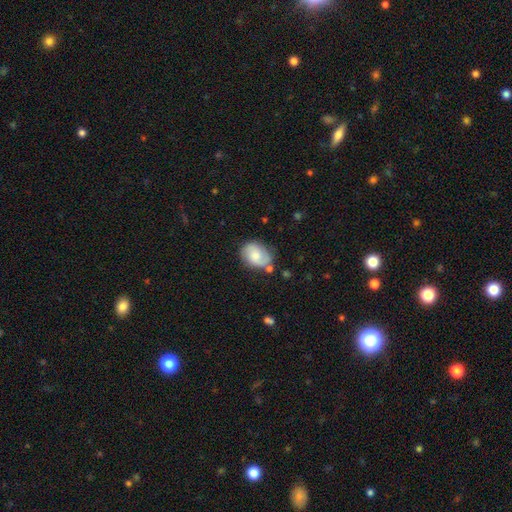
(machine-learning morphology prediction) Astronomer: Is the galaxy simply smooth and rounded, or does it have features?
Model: featured or disk — 50% (runner-up: smooth, 43%).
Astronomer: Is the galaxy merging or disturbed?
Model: none — 66%.